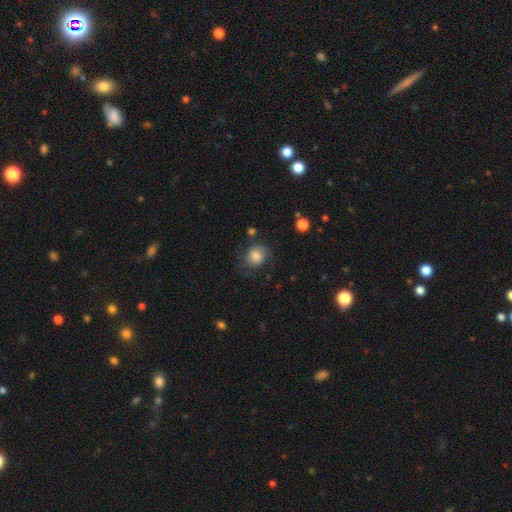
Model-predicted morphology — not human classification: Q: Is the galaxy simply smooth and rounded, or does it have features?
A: smooth — 79%.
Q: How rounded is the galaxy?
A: round — 72%.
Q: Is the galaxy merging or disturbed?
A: none — 66%.